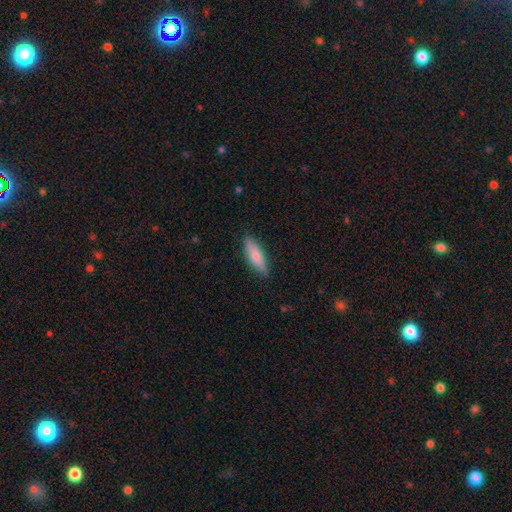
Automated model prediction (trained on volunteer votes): This appears to be a smooth galaxy with no disk features (77%) that is in between round and cigar-shaped (51%). Merging: none (84%).